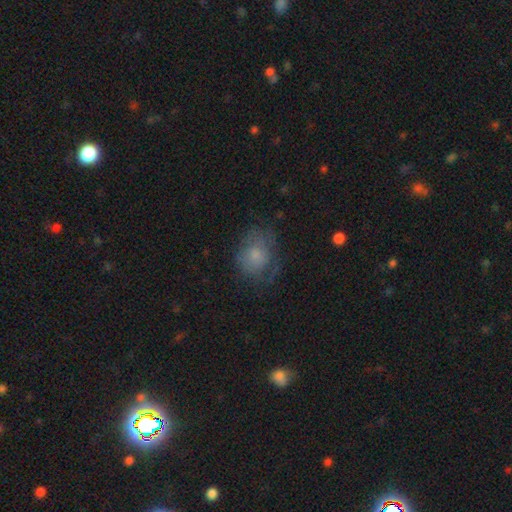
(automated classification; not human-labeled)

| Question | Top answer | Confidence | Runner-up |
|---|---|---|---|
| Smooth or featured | smooth | 64% | featured or disk (25%) |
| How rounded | round | 58% | in between (41%) |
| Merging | none | 53% | minor disturbance (26%) |